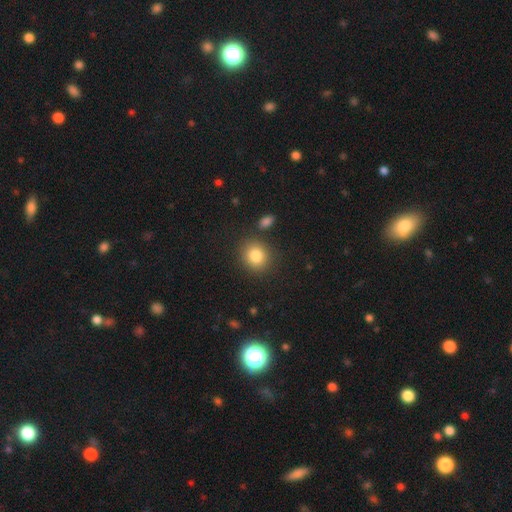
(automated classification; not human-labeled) Smooth or featured?
  - smooth: 84% *
  - star or artifact: 10%
  - featured or disk: 7%
How rounded?
  - round: 80% *
  - in between: 20%
  - cigar-shaped: 1%
Merging?
  - none: 84% *
  - minor disturbance: 8%
  - merger: 4%
  - major disturbance: 3%